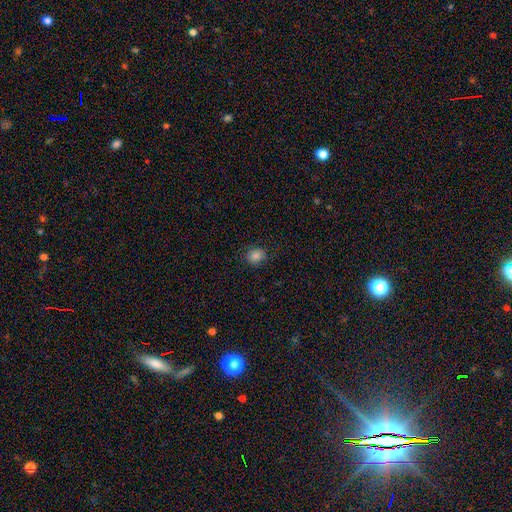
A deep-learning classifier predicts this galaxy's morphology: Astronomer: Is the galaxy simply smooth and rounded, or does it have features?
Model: smooth — 85%.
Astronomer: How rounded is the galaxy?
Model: round — 70%.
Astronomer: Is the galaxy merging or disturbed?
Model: none — 86%.